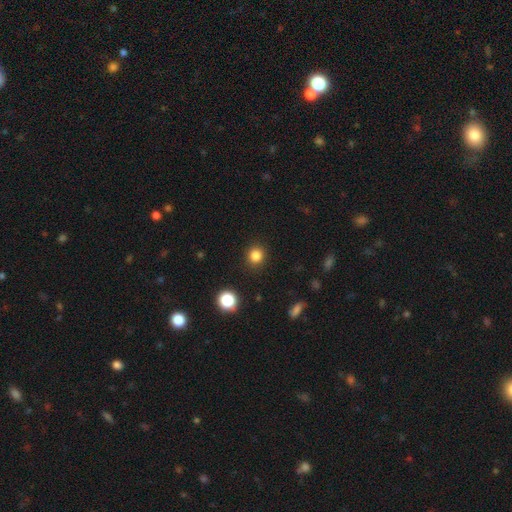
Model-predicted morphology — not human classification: Q: Smooth or featured?
A: smooth (83%); runner-up: star or artifact (13%)
Q: How rounded?
A: round (90%); runner-up: in between (9%)
Q: Merging?
A: none (91%); runner-up: minor disturbance (6%)